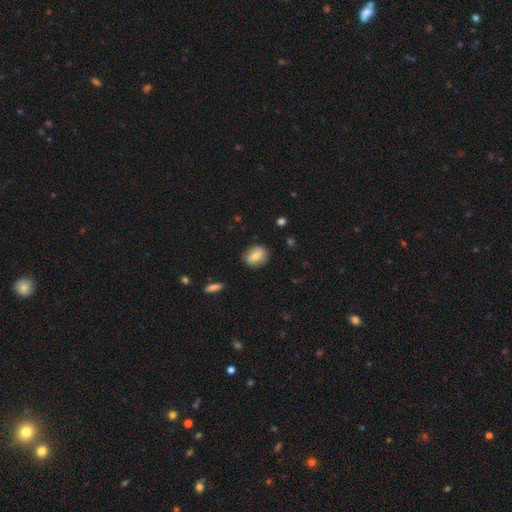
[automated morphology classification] This is likely a smooth galaxy (72%). How rounded: possibly in between (50%). Merging: clearly none (82%).